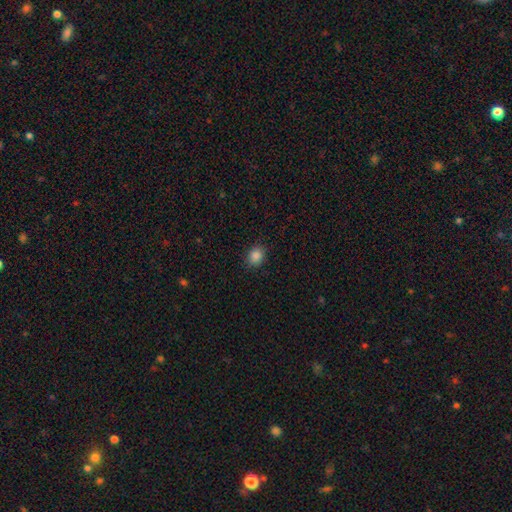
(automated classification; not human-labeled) Smooth or featured: smooth — 86% (star or artifact — 11%)
How rounded: round — 54% (in between — 45%)
Merging: none — 88% (minor disturbance — 9%)